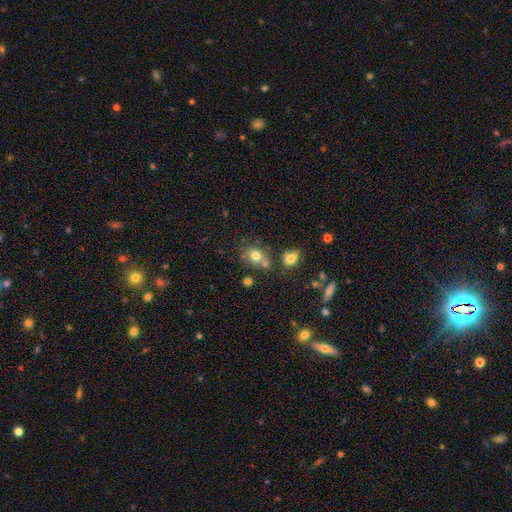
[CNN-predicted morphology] smooth_or_featured: smooth (p=0.74) [alt: star or artifact p=0.14]
how_rounded: round (p=0.51) [alt: in between p=0.48]
merging: none (p=0.53) [alt: merger p=0.25]